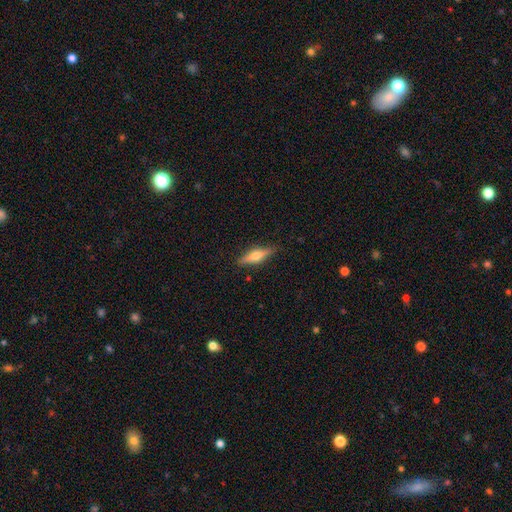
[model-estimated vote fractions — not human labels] Smooth or featured? Predicted: featured or disk (p=0.51). Edge-on disk? Predicted: yes (p=0.93). Merging? Predicted: none (p=0.85).